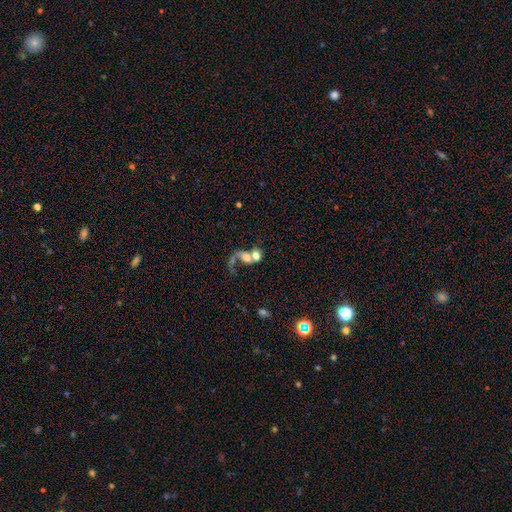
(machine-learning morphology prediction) Q: Smooth or featured?
A: smooth (46%); runner-up: featured or disk (41%)
Q: Merging?
A: merger (68%); runner-up: major disturbance (15%)